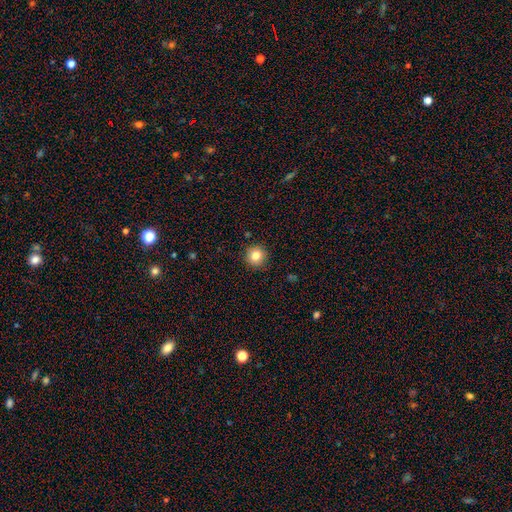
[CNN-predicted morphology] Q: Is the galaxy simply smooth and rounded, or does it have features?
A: smooth — 82%.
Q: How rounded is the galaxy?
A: round — 95%.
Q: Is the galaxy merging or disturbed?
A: none — 92%.